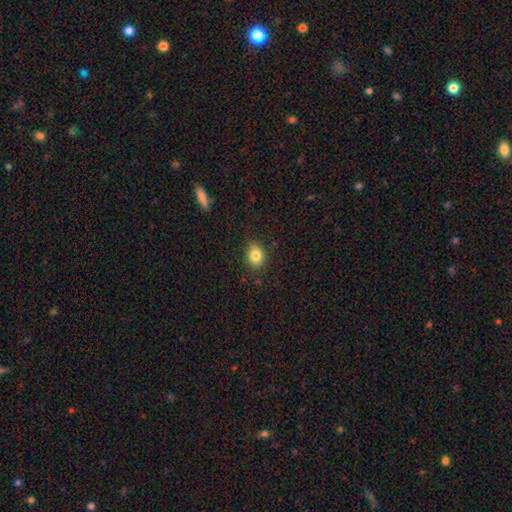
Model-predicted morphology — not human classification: type=smooth (82%); roundness=in between (54%); merging=none (82%).